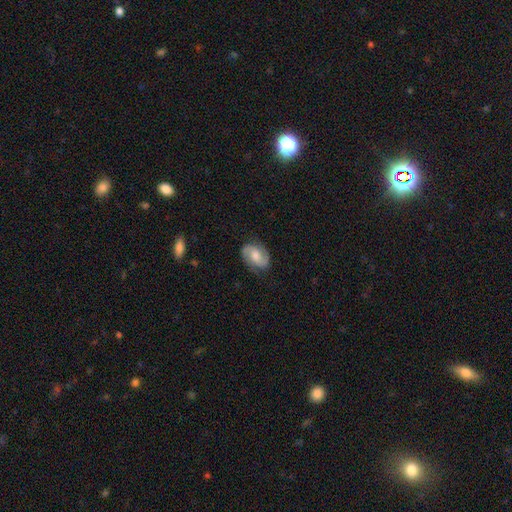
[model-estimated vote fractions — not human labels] Smooth or featured: featured or disk — 77% (smooth — 18%)
Edge-on disk: no — 98% (yes — 2%)
Bar: no — 45% (weak — 44%)
Spiral arms: yes — 95% (no — 5%)
Spiral winding: medium — 52% (tight — 28%)
Spiral arm count: 2 — 92% (can't tell — 4%)
Bulge size: moderate — 47% (large — 21%)
Merging: none — 81% (minor disturbance — 14%)